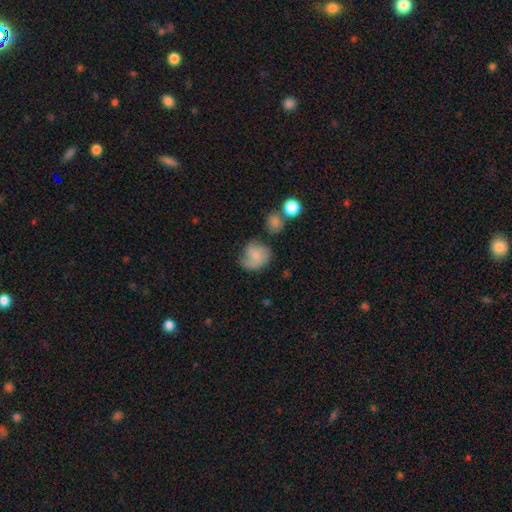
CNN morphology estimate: This is possibly a smooth galaxy (59%). How rounded: likely round (67%). Merging: marginally none (45%).